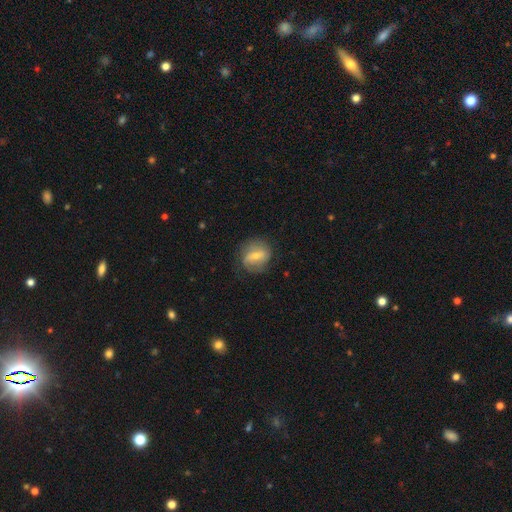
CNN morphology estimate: Smooth or featured?
  - featured or disk: 55% *
  - smooth: 37%
  - star or artifact: 8%
Edge-on disk?
  - no: 95% *
  - yes: 5%
Bar?
  - weak: 47% *
  - strong: 29%
  - no: 24%
Spiral arms?
  - yes: 75% *
  - no: 25%
Bulge size?
  - small: 51% *
  - moderate: 42%
  - none: 3%
  - large: 3%
  - dominant: 1%
Merging?
  - none: 71% *
  - minor disturbance: 19%
  - major disturbance: 8%
  - merger: 1%